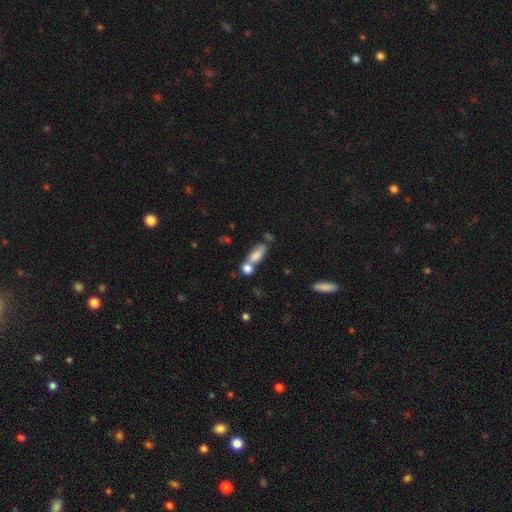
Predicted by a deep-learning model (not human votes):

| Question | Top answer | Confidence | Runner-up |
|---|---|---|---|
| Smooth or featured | smooth | 76% | featured or disk (14%) |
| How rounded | in between | 76% | cigar-shaped (17%) |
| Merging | merger | 46% | none (34%) |